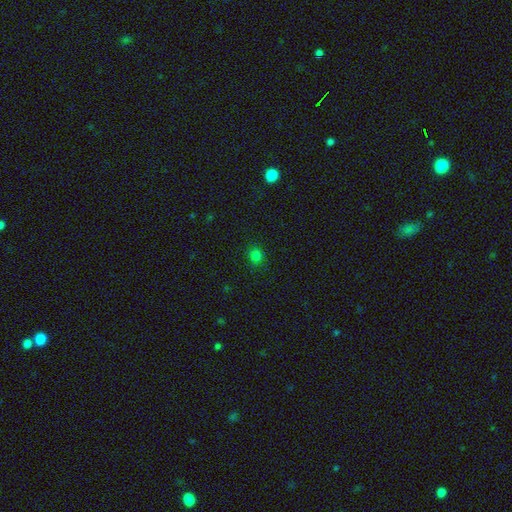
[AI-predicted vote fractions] smooth_or_featured: smooth (p=0.78) [alt: star or artifact p=0.18]
how_rounded: round (p=0.76) [alt: in between p=0.23]
merging: none (p=0.89) [alt: minor disturbance p=0.08]